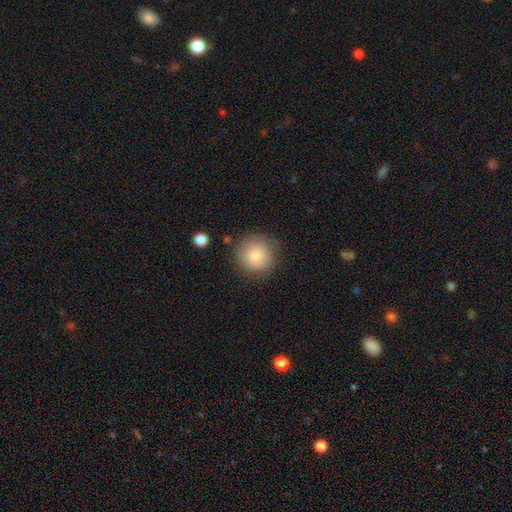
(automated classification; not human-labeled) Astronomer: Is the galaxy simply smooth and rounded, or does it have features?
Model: smooth — 85%.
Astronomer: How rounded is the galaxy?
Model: round — 94%.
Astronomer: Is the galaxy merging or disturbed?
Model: none — 83%.